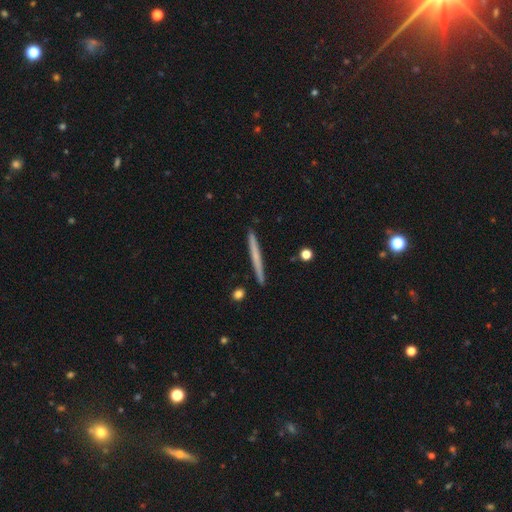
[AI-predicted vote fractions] The model was most divided on "smooth or featured": smooth: 52%, featured or disk: 42%, star or artifact: 6%. More confident: how rounded — cigar-shaped (97%); merging — none (92%).